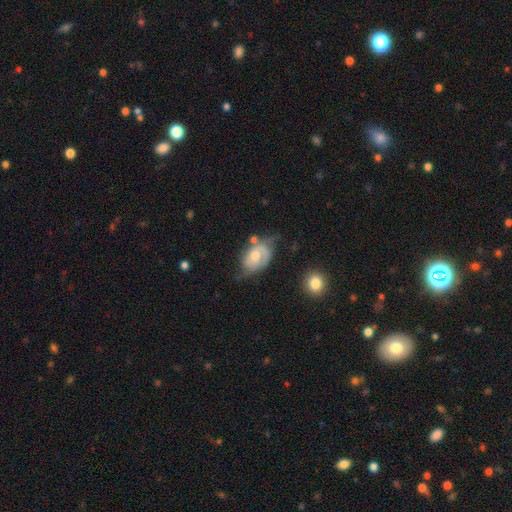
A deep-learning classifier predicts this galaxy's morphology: Q: Smooth or featured?
A: featured or disk (66%); runner-up: smooth (27%)
Q: Edge-on disk?
A: no (96%); runner-up: yes (4%)
Q: Bar?
A: no (68%); runner-up: weak (28%)
Q: Spiral arms?
A: yes (83%); runner-up: no (17%)
Q: Spiral winding?
A: tight (43%); runner-up: medium (38%)
Q: Spiral arm count?
A: 2 (53%); runner-up: 1 (21%)
Q: Bulge size?
A: moderate (60%); runner-up: small (23%)
Q: Merging?
A: none (37%); runner-up: minor disturbance (32%)